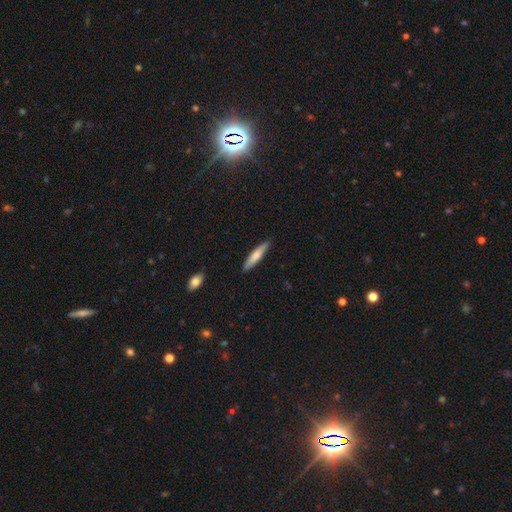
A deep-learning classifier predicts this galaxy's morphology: Overall: smooth (69%). How rounded: cigar-shaped (86%). Merging: none (89%).